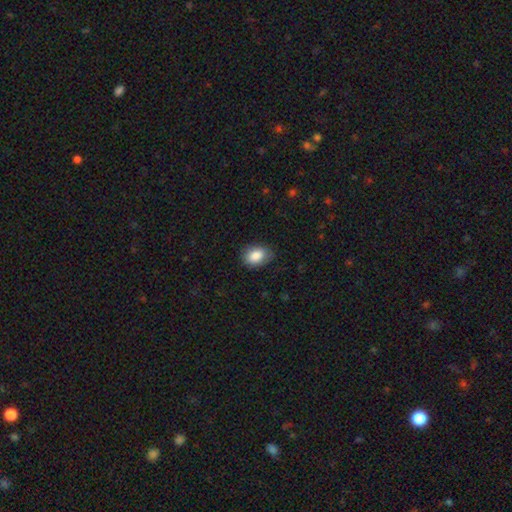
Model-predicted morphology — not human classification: Q: Smooth or featured?
A: smooth (85%); runner-up: star or artifact (7%)
Q: How rounded?
A: in between (79%); runner-up: round (20%)
Q: Merging?
A: none (80%); runner-up: minor disturbance (15%)